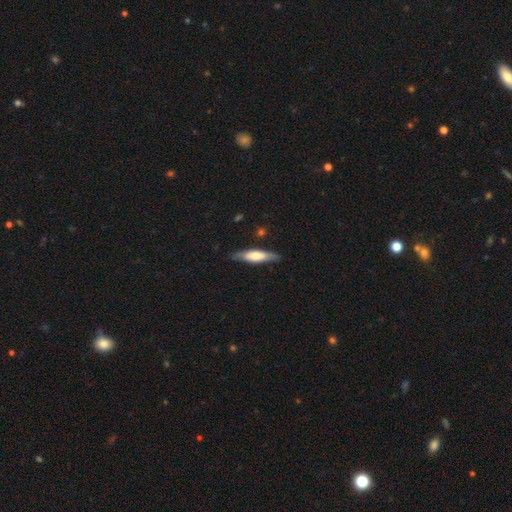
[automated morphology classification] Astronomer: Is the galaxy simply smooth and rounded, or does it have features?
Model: smooth — 52% (runner-up: featured or disk, 43%).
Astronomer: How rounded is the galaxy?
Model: cigar-shaped — 71%.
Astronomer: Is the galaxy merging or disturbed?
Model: none — 81%.